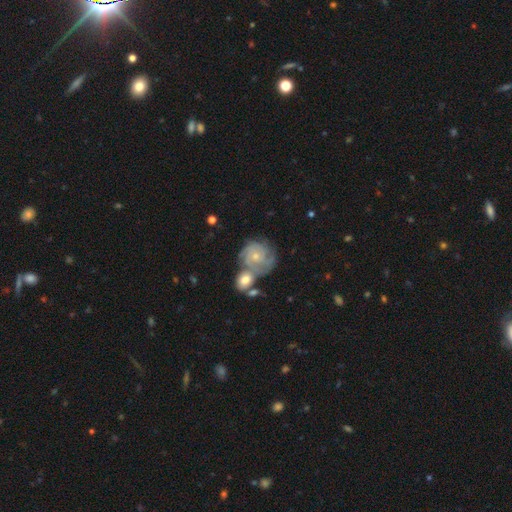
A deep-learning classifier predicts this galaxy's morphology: The model was most divided on "spiral arm count": 3: 32%, can't tell: 27%, 4: 16%, 2: 14%, more than 4: 6%, 1: 5%. Remaining: edge-on disk — no (98%); spiral arms — yes (94%); smooth or featured — featured or disk (77%); bar — no (77%); spiral winding — tight (67%); bulge size — small (63%); merging — none (44%).